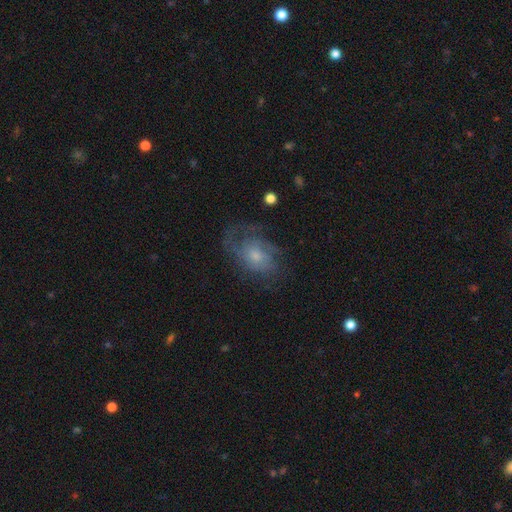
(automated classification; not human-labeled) Overall: featured or disk (62%; smooth 29%). Edge-on disk: no (96%). Bar: no (79%). Spiral arms: yes (78%). Bulge size: small (51%; moderate 38%). Merging: none (53%; major disturbance 23%).